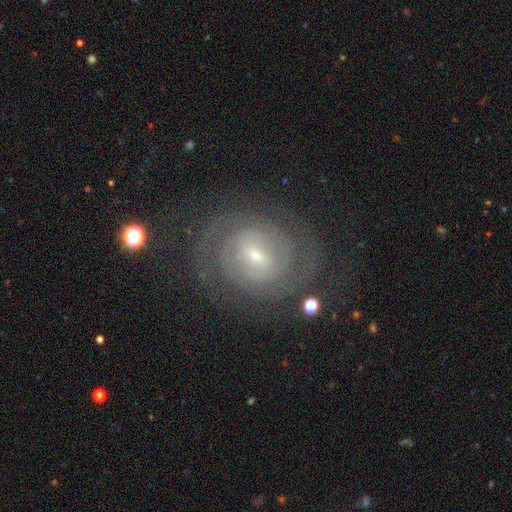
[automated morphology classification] Q: Smooth or featured?
A: featured or disk (80%); runner-up: smooth (13%)
Q: Edge-on disk?
A: no (97%); runner-up: yes (3%)
Q: Bar?
A: weak (49%); runner-up: no (27%)
Q: Spiral arms?
A: yes (88%); runner-up: no (12%)
Q: Spiral winding?
A: tight (65%); runner-up: medium (27%)
Q: Spiral arm count?
A: 2 (54%); runner-up: can't tell (27%)
Q: Bulge size?
A: small (71%); runner-up: moderate (24%)
Q: Merging?
A: none (75%); runner-up: minor disturbance (14%)